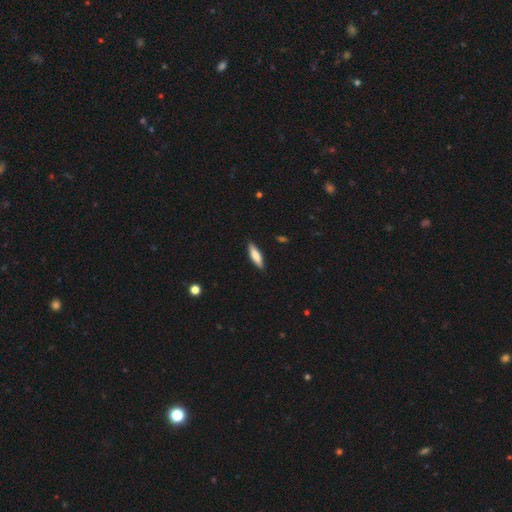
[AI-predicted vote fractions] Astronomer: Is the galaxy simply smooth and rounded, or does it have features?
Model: smooth — 74%.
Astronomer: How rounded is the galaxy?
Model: cigar-shaped — 64%.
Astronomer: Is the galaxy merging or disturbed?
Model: none — 88%.